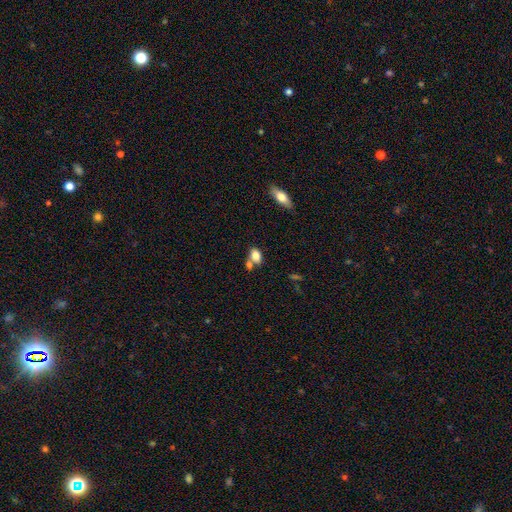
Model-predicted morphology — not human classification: A smooth galaxy with no disk features (80%) that is in between round and cigar-shaped (80%). Merging: none (49%).